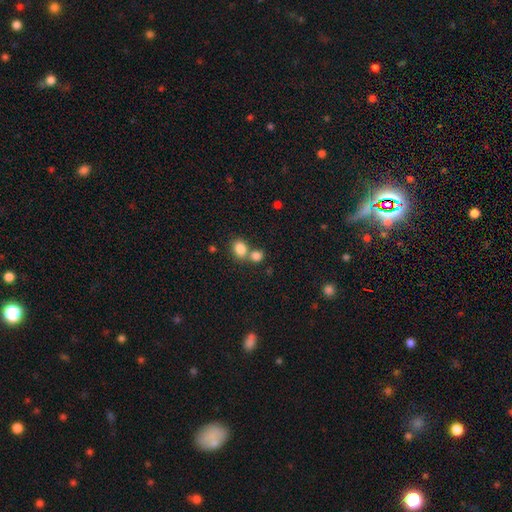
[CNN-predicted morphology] The model was most divided on "merging": merger: 46%, none: 43%, minor disturbance: 8%, major disturbance: 3%. More confident: smooth or featured — smooth (83%); how rounded — round (55%).